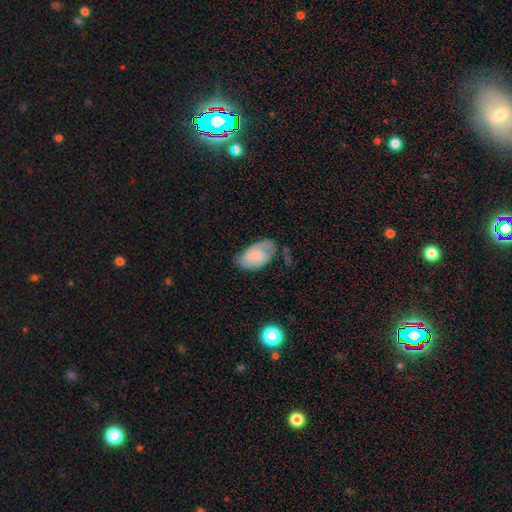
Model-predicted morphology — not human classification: A smooth galaxy with no disk features (60%) that is in between round and cigar-shaped (94%).

Vote fractions:
- Smooth or featured? smooth: 60% / featured or disk: 32% / star or artifact: 8%
- How rounded? in between: 94% / round: 5% / cigar-shaped: 2%
- Merging? none: 50% / minor disturbance: 33% / major disturbance: 14% / merger: 4%